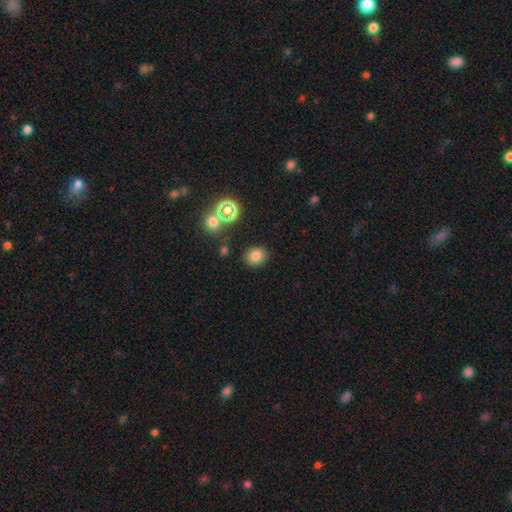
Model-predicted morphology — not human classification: A smooth galaxy with no disk features (78%) that is round (57%).

Vote fractions:
- Smooth or featured? smooth: 78% / star or artifact: 16% / featured or disk: 7%
- How rounded? round: 57% / in between: 42% / cigar-shaped: 1%
- Merging? none: 84% / minor disturbance: 9% / merger: 4% / major disturbance: 3%